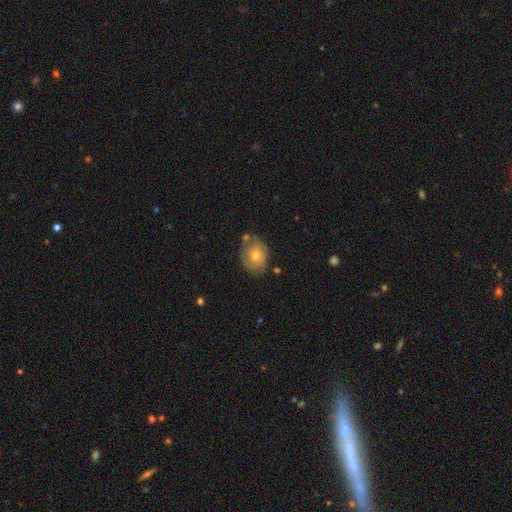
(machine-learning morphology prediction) Smooth or featured: smooth — 48% (featured or disk — 44%)
Merging: none — 61% (minor disturbance — 24%)